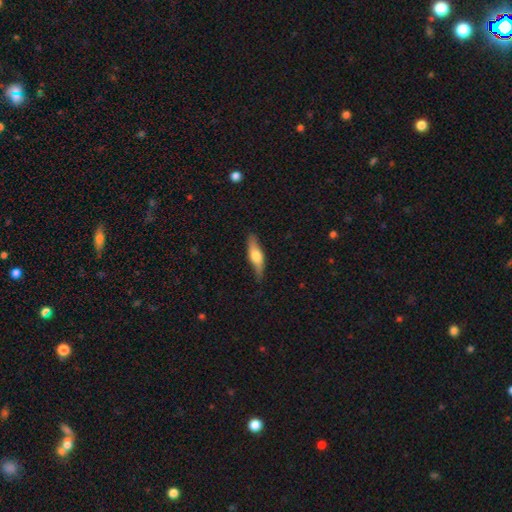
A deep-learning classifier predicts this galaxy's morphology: This appears to be a featured or disk galaxy (48%). Merging: none (79%).